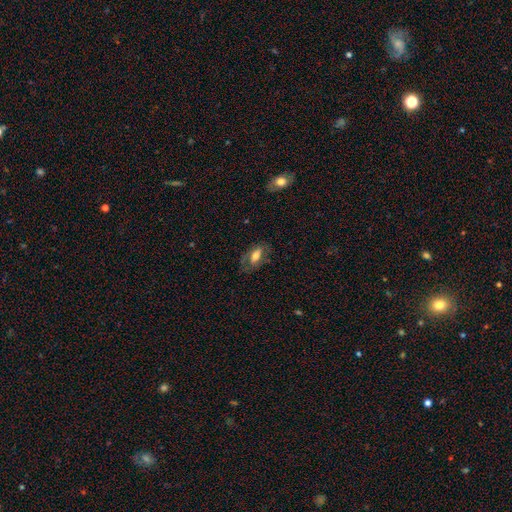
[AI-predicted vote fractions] smooth 51%, featured or disk 41%, star or artifact 8%. Down the decision tree: how rounded — in between (85%); merging — none (67%).